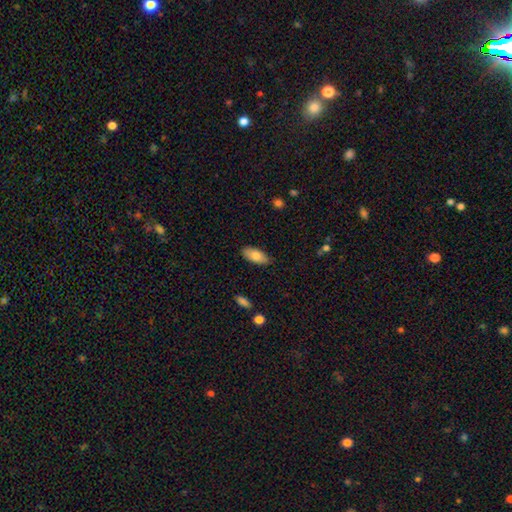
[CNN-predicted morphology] A smooth galaxy with no disk features (81%) that is in between round and cigar-shaped (87%). Merging: none (86%).